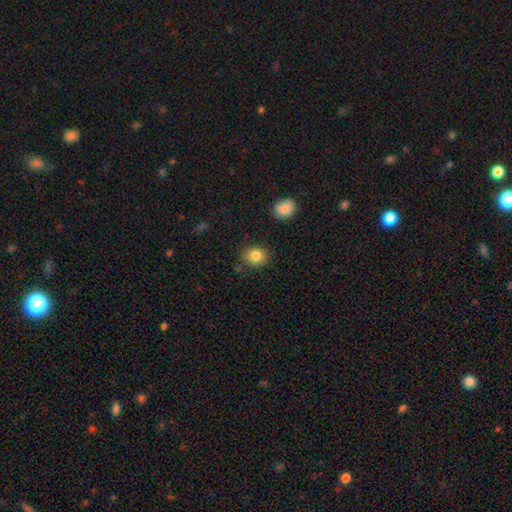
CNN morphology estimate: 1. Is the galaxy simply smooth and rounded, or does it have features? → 84% smooth, 10% star or artifact, 6% featured or disk.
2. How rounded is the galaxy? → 68% round, 31% in between, 1% cigar-shaped.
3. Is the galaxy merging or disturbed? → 84% none, 11% minor disturbance, 3% major disturbance, 3% merger.